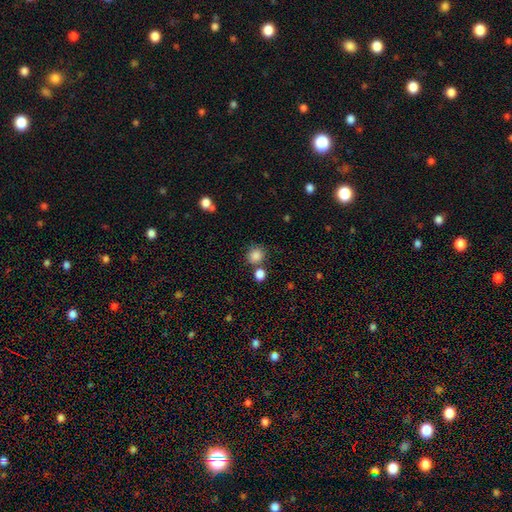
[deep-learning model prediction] This is clearly a smooth galaxy (85%). How rounded: clearly round (85%). Merging: likely none (70%).